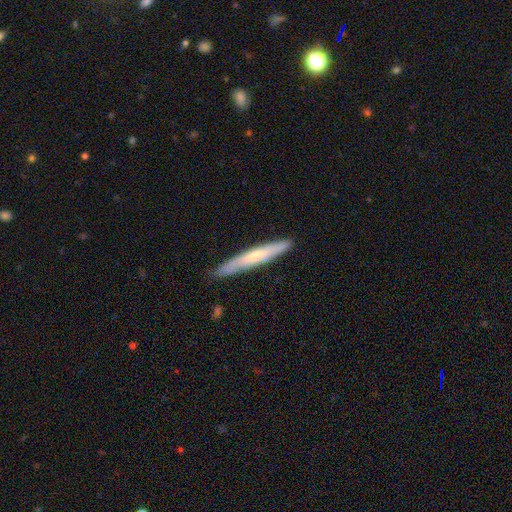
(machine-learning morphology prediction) type=featured or disk (54%); edge-on=yes (94%); edge-on bulge=rounded (56%); merging=none (88%).